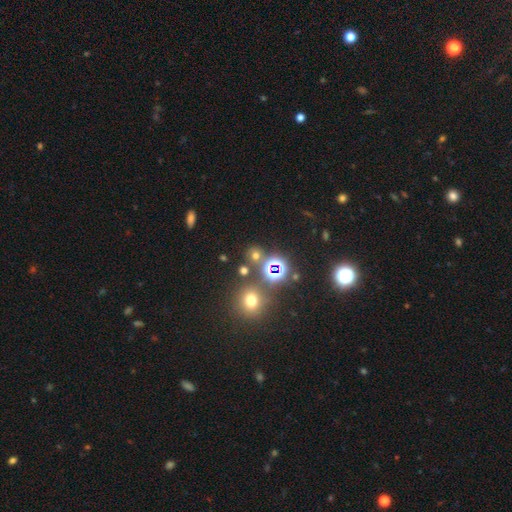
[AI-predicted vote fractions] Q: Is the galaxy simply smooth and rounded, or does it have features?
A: smooth — 50%.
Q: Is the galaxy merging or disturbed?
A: none — 76%.